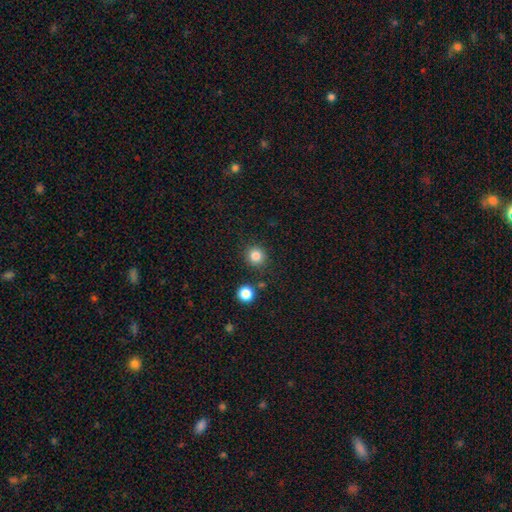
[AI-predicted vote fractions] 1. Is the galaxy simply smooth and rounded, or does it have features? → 83% smooth, 12% star or artifact, 5% featured or disk.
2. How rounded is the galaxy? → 92% round, 7% in between, 1% cigar-shaped.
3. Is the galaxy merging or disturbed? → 87% none, 7% minor disturbance, 4% merger, 3% major disturbance.